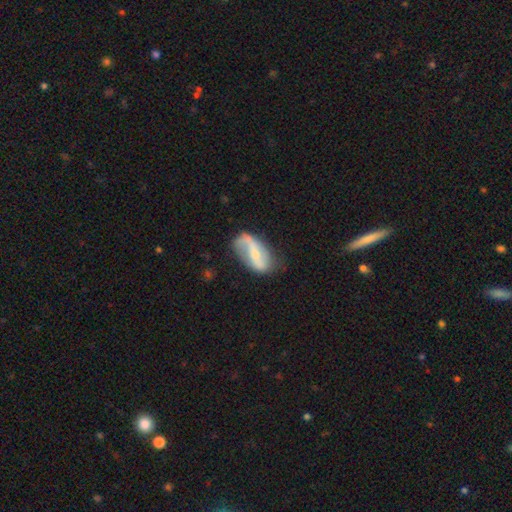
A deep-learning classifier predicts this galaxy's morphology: This appears to be a featured or disk galaxy (65%) with a strong bar (36%), spiral arms (73%) and a small central bulge (54%). Merging: none (52%).